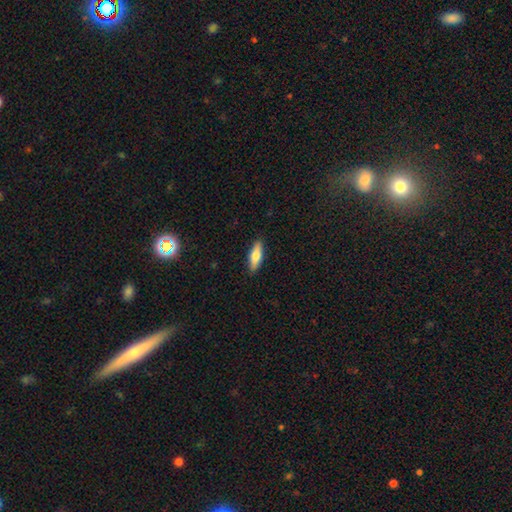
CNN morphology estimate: type=smooth (70%); roundness=in between (51%); merging=none (90%).